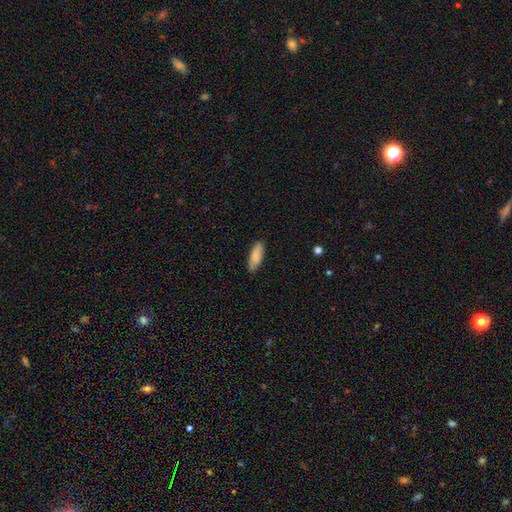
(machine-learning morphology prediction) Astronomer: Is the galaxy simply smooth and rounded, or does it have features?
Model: smooth — 83%.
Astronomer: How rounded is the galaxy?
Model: in between — 61% (runner-up: cigar-shaped, 37%).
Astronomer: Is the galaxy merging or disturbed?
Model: none — 85%.